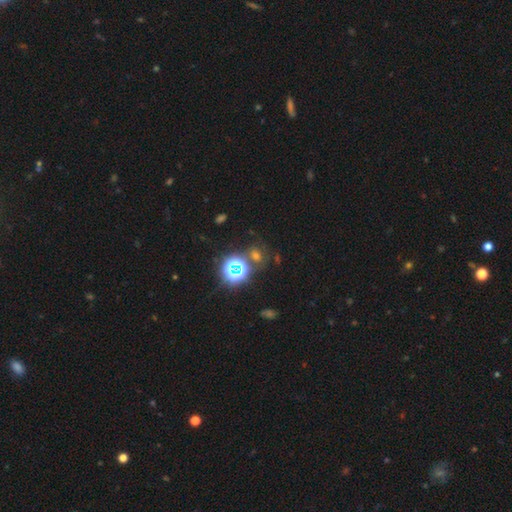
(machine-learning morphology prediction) The model was most divided on "smooth or featured": star or artifact: 52%, smooth: 37%, featured or disk: 11%.